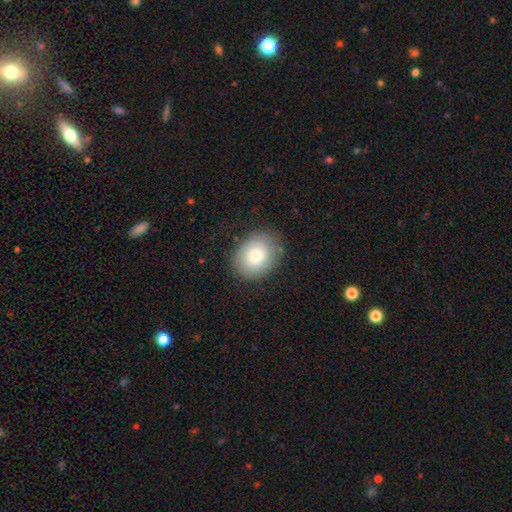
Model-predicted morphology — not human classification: Smooth or featured?
  - smooth: 72% *
  - featured or disk: 21%
  - star or artifact: 7%
How rounded?
  - in between: 53% *
  - round: 46%
  - cigar-shaped: 1%
Merging?
  - none: 81% *
  - minor disturbance: 14%
  - major disturbance: 4%
  - merger: 1%